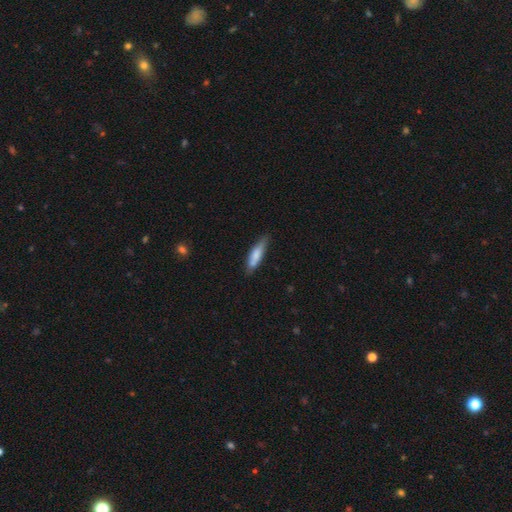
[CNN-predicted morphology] The model was most divided on "how rounded": cigar-shaped: 72%, in between: 27%, round: 2%. More confident: smooth or featured — smooth (74%); merging — none (70%).